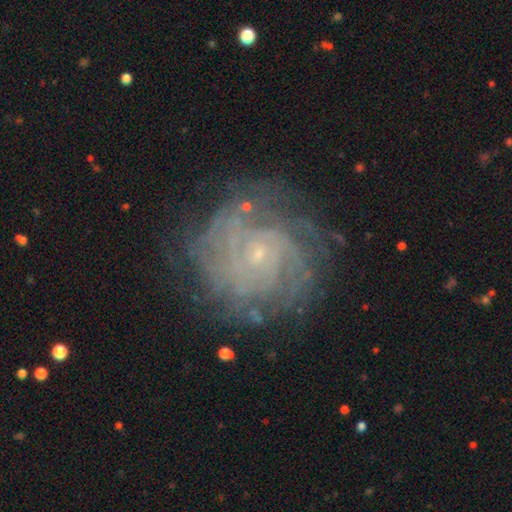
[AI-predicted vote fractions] Smooth or featured? Predicted: featured or disk (p=0.83). Edge-on disk? Predicted: no (p=0.97). Bar? Predicted: no (p=0.71). Spiral arms? Predicted: yes (p=0.95). Spiral winding? Predicted: tight (p=0.75). Spiral arm count? Predicted: can't tell (p=0.34). Bulge size? Predicted: small (p=0.85). Merging? Predicted: none (p=0.77).